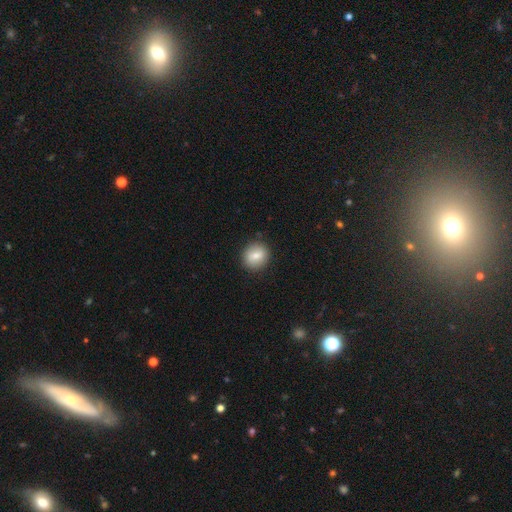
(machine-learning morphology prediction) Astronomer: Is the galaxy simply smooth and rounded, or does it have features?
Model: smooth — 75%.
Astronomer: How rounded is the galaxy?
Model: round — 78%.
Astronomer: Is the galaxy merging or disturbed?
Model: none — 88%.